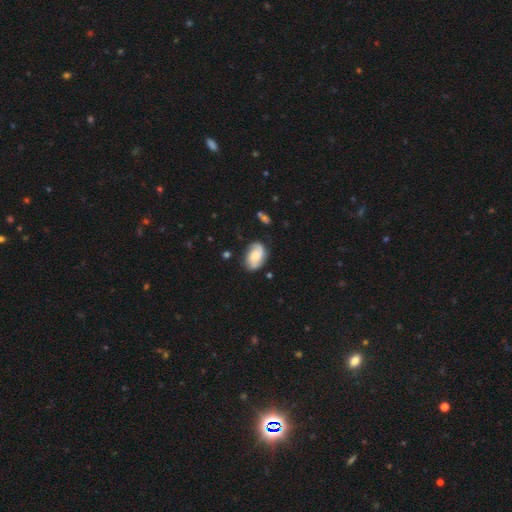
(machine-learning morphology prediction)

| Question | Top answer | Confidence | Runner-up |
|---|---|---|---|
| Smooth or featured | featured or disk | 52% | smooth (40%) |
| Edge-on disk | no | 96% | yes (4%) |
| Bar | no | 64% | weak (30%) |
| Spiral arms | yes | 89% | no (11%) |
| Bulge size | moderate | 44% | small (37%) |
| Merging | none | 73% | minor disturbance (19%) |